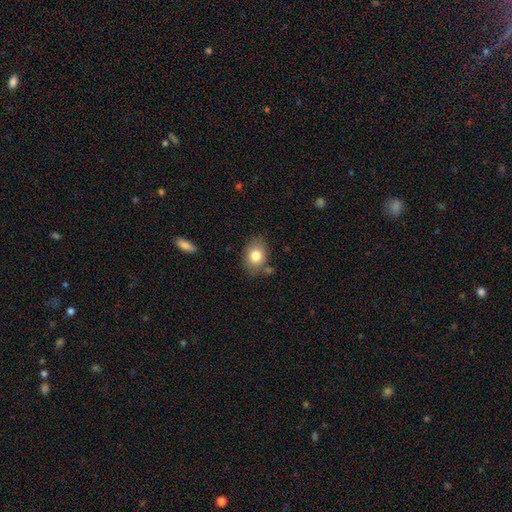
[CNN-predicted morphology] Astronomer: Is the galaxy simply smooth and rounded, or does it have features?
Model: smooth — 79%.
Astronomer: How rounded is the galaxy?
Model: in between — 66%.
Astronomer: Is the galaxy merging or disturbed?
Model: none — 75%.